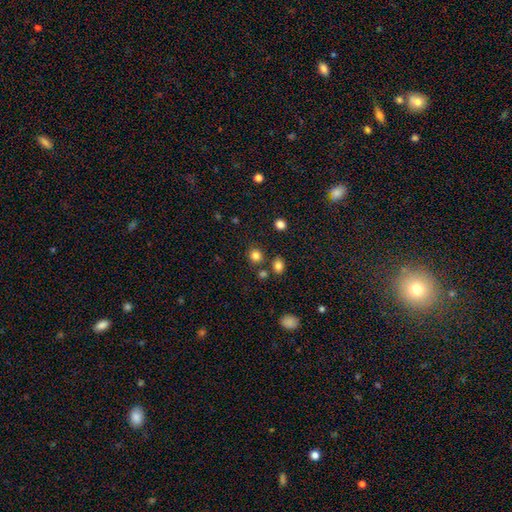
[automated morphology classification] smooth 81%, star or artifact 14%, featured or disk 5%. Down the decision tree: how rounded — round (85%); merging — none (79%).